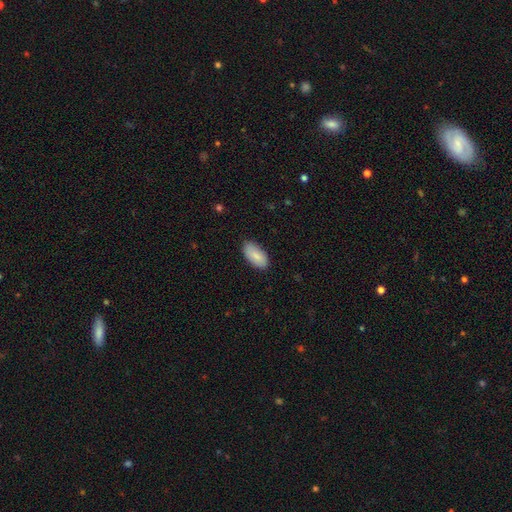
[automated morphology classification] type=smooth (85%); roundness=in between (95%); merging=none (85%).